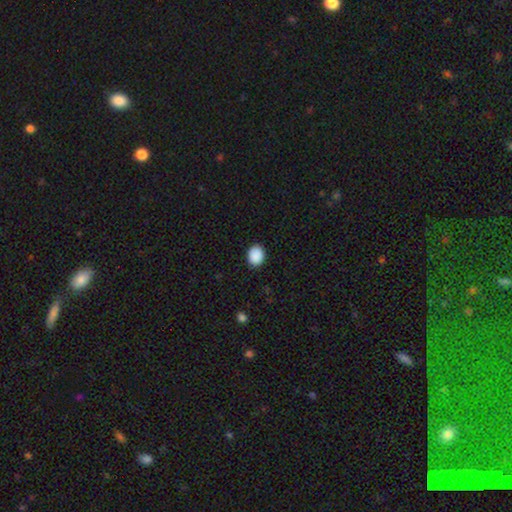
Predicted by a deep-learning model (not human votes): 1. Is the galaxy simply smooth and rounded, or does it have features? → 90% smooth, 8% star or artifact, 2% featured or disk.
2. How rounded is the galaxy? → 52% round, 47% in between, 1% cigar-shaped.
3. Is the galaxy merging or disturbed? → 90% none, 8% minor disturbance, 2% major disturbance, 1% merger.